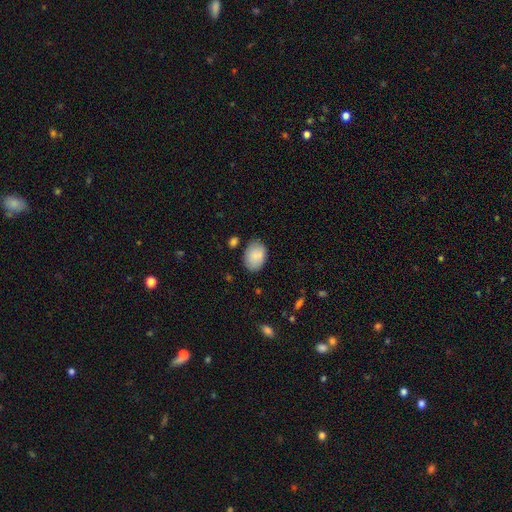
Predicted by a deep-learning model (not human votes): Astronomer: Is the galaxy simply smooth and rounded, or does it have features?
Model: smooth — 88%.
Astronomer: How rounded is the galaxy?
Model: in between — 80%.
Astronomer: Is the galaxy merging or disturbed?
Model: none — 77%.